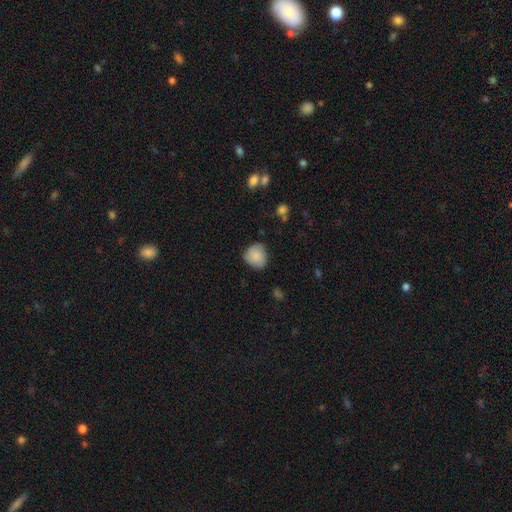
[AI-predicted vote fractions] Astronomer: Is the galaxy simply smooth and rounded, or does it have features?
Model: smooth — 83%.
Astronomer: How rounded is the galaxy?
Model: round — 78%.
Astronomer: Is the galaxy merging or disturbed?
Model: none — 67%.